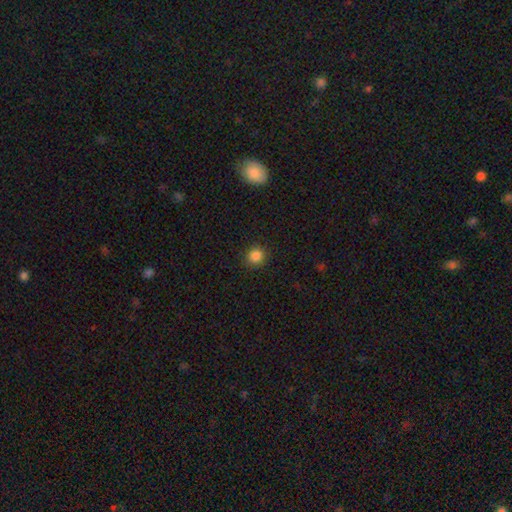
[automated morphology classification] Smooth or featured? Predicted: smooth (p=0.85). How rounded? Predicted: round (p=0.90). Merging? Predicted: none (p=0.89).